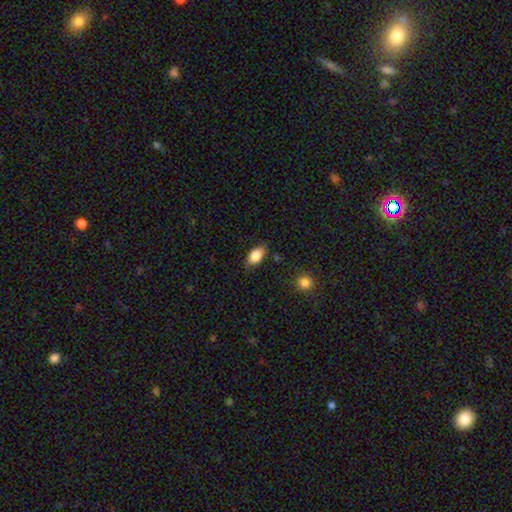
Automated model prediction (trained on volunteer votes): Smooth or featured: smooth — 82% (featured or disk — 10%)
How rounded: in between — 89% (round — 7%)
Merging: none — 79% (minor disturbance — 16%)